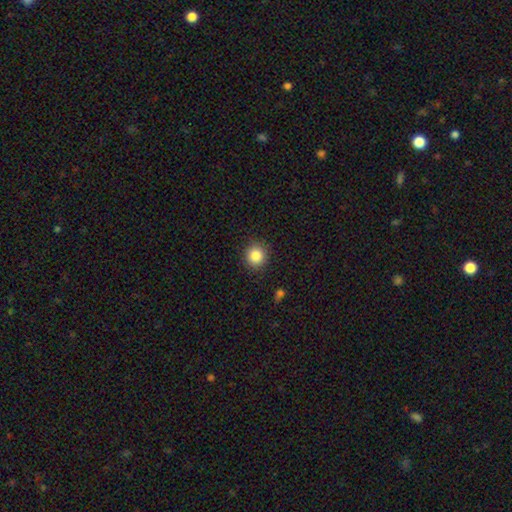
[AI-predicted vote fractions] smooth_or_featured: smooth (p=0.85) [alt: star or artifact p=0.10]
how_rounded: round (p=0.91) [alt: in between p=0.08]
merging: none (p=0.90) [alt: minor disturbance p=0.07]